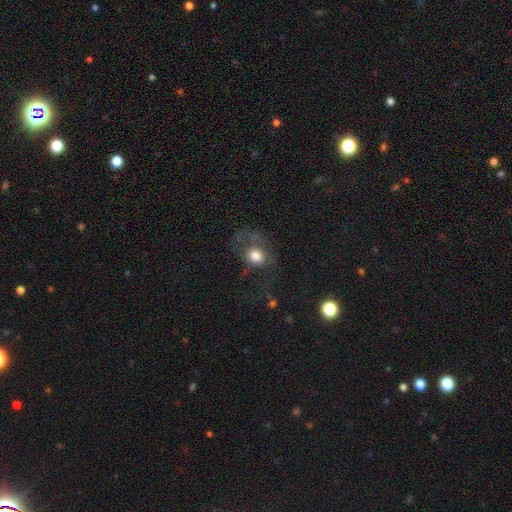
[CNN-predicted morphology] Smooth or featured?
  - smooth: 67% *
  - featured or disk: 21%
  - star or artifact: 12%
How rounded?
  - round: 64% *
  - in between: 34%
  - cigar-shaped: 1%
Merging?
  - major disturbance: 43% *
  - none: 35%
  - minor disturbance: 18%
  - merger: 3%